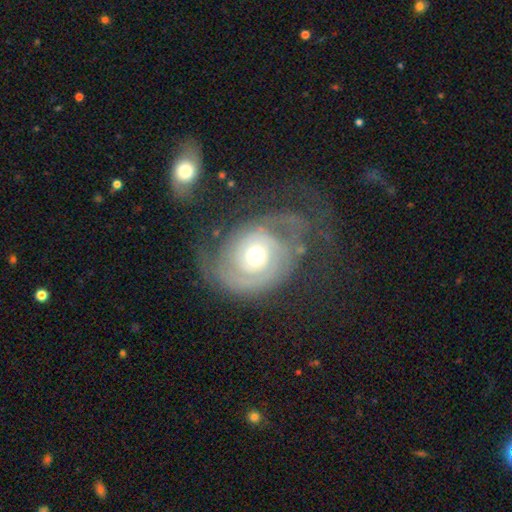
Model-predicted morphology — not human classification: Smooth or featured: featured or disk — 82% (smooth — 13%)
Edge-on disk: no — 97% (yes — 3%)
Bar: no — 79% (weak — 17%)
Spiral arms: yes — 90% (no — 10%)
Spiral winding: tight — 66% (medium — 24%)
Spiral arm count: 2 — 45% (can't tell — 27%)
Bulge size: moderate — 67% (small — 22%)
Merging: none — 50% (major disturbance — 28%)